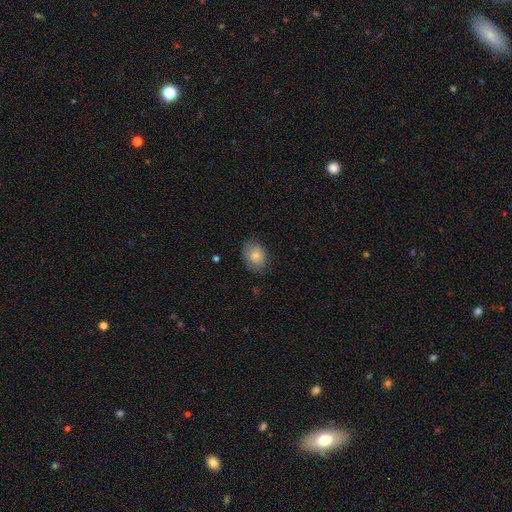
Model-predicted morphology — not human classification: A smooth galaxy with no disk features (79%) that is in between round and cigar-shaped (62%). Merging: none (76%).